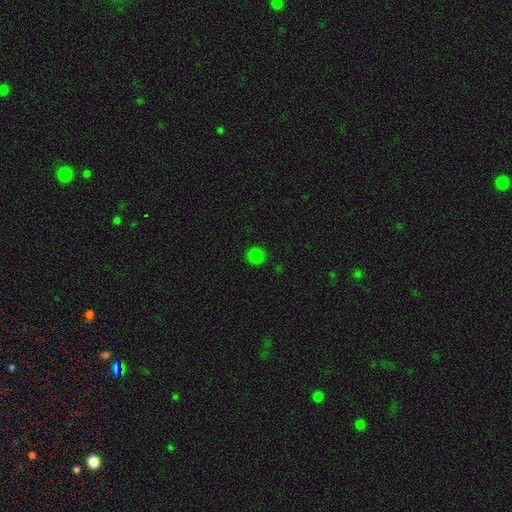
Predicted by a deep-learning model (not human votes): Morphology: type=smooth (82%); roundness=round (93%); merging=none (91%).